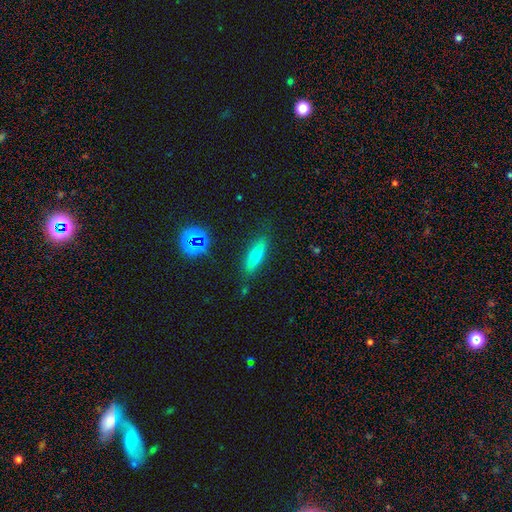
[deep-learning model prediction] This is likely a smooth galaxy (61%). How rounded: clearly cigar-shaped (81%). Merging: clearly none (86%).